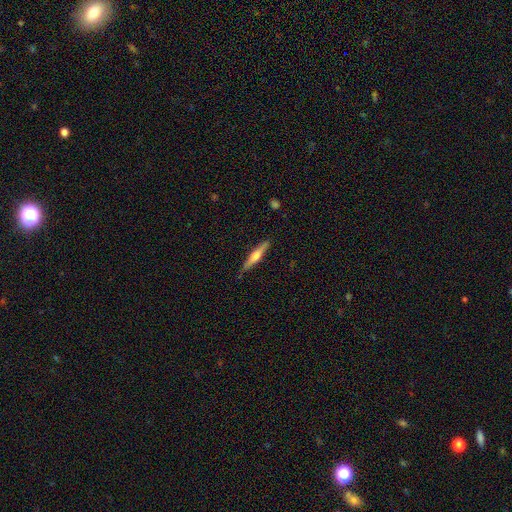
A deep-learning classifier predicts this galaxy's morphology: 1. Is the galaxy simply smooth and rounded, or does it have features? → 58% featured or disk, 36% smooth, 6% star or artifact.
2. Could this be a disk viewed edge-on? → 97% yes, 3% no.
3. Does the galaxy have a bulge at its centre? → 81% rounded, 11% boxy, 7% none.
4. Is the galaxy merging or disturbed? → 86% none, 10% minor disturbance, 2% major disturbance, 1% merger.